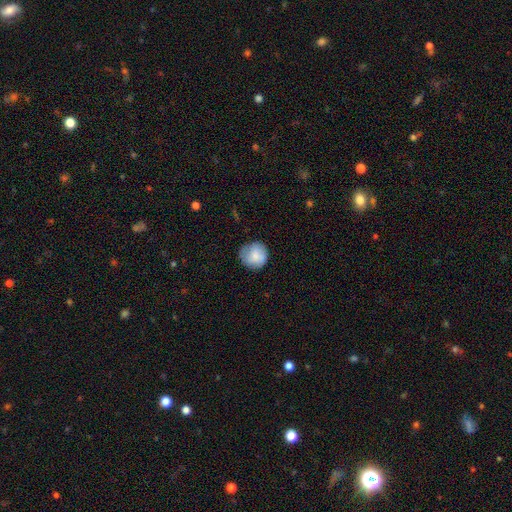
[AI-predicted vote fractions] This is clearly a smooth galaxy (81%). How rounded: clearly round (91%). Merging: likely none (74%).